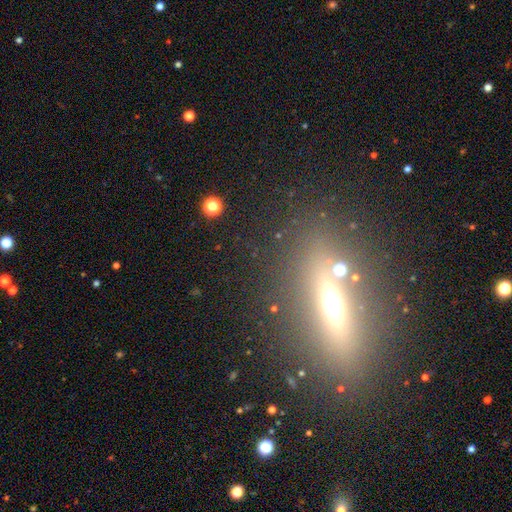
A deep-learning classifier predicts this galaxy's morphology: A featured or disk galaxy (39%). Merging: none (80%).